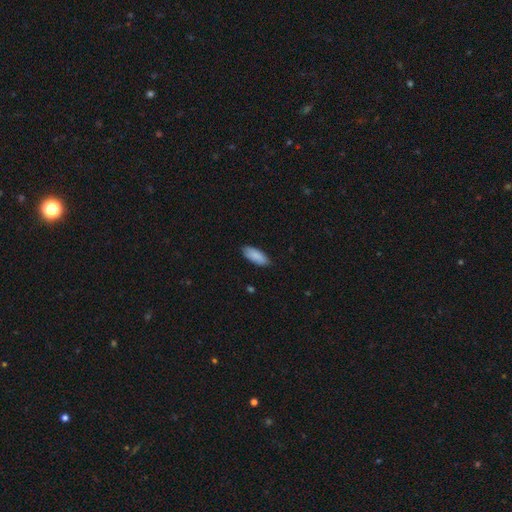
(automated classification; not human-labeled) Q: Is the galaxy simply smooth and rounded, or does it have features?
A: smooth — 89%.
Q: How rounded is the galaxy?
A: in between — 81%.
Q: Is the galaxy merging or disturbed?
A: none — 84%.